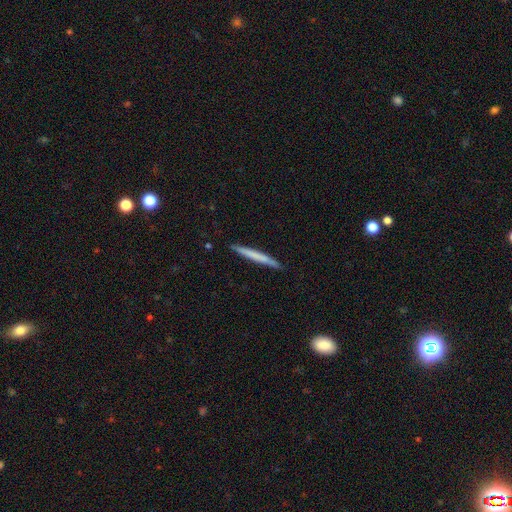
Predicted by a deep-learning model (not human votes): A smooth galaxy with no disk features (60%) that is cigar-shaped (97%). Merging: none (90%).